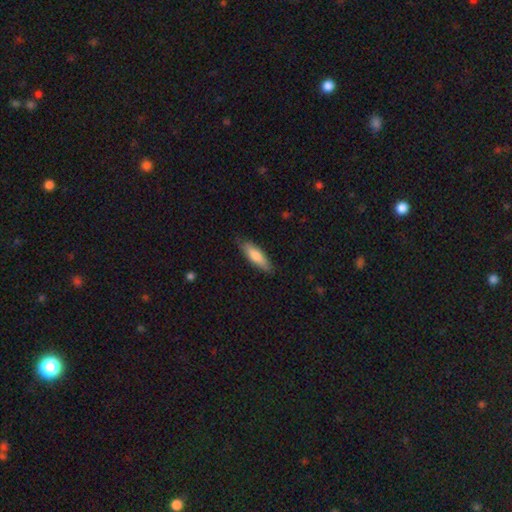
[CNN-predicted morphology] Smooth or featured? Predicted: smooth (p=0.78). How rounded? Predicted: cigar-shaped (p=0.54). Merging? Predicted: none (p=0.83).